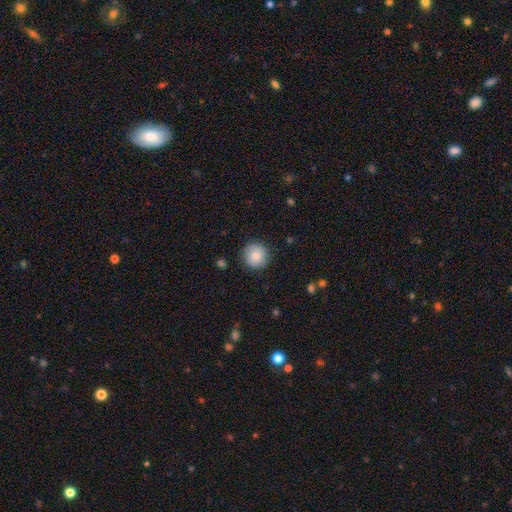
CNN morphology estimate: A smooth galaxy with no disk features (85%) that is round (95%).

Vote fractions:
- Smooth or featured? smooth: 85% / star or artifact: 8% / featured or disk: 7%
- How rounded? round: 95% / in between: 5% / cigar-shaped: 1%
- Merging? none: 89% / minor disturbance: 8% / major disturbance: 2% / merger: 1%